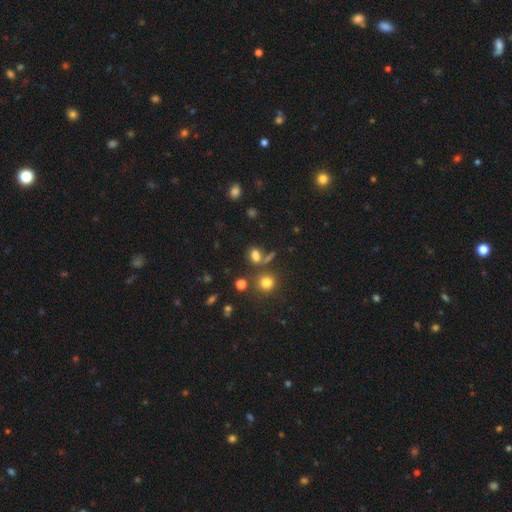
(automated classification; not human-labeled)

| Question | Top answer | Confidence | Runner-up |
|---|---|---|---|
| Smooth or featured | smooth | 72% | star or artifact (20%) |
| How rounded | in between | 60% | round (37%) |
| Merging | none | 54% | merger (24%) |